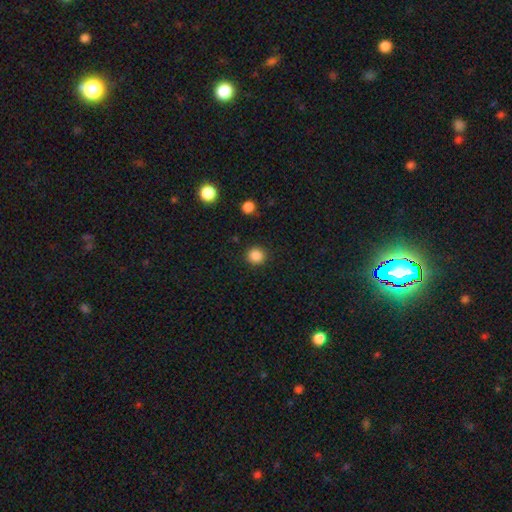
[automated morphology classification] A smooth galaxy with no disk features (87%) that is round (91%).

Vote fractions:
- Smooth or featured? smooth: 87% / star or artifact: 11% / featured or disk: 3%
- How rounded? round: 91% / in between: 8% / cigar-shaped: 1%
- Merging? none: 90% / minor disturbance: 6% / major disturbance: 2% / merger: 1%